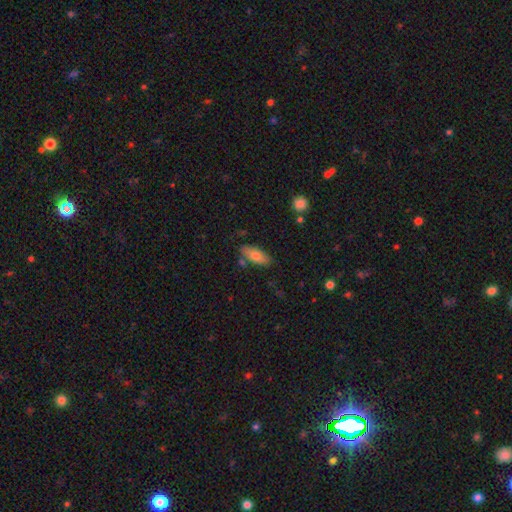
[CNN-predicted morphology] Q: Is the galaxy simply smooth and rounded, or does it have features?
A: smooth — 76%.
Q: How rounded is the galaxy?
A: in between — 82%.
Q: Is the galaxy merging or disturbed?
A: none — 76%.